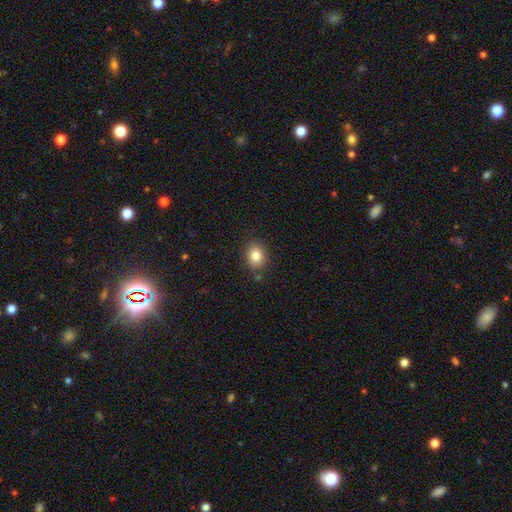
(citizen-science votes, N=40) smooth 90%, featured or disk 5%, star or artifact 5%. Down the decision tree: how rounded — round (50%, tied with in between); merging — none (76%).